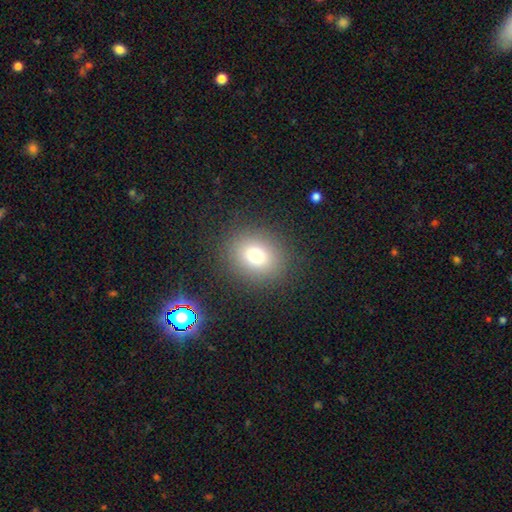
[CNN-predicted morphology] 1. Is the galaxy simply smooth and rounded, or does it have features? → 75% smooth, 15% star or artifact, 10% featured or disk.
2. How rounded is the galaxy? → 66% round, 33% in between, 1% cigar-shaped.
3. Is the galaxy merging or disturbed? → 87% none, 8% minor disturbance, 4% major disturbance, 1% merger.